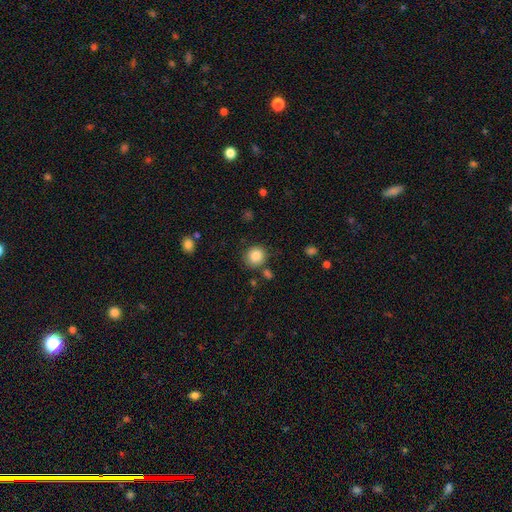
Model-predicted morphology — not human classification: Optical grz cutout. It shows a smooth galaxy with no disk features (86%) that is round (86%). Merging: none (81%).